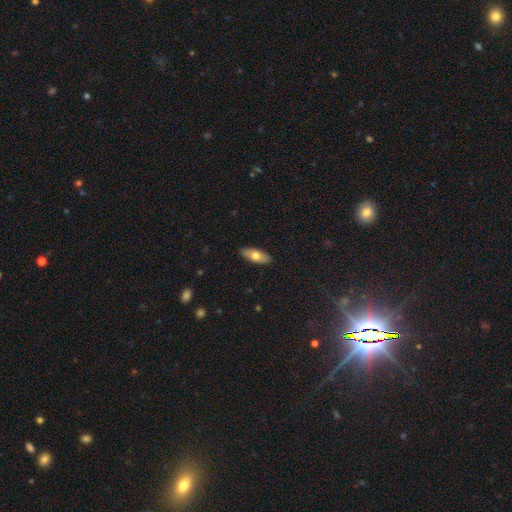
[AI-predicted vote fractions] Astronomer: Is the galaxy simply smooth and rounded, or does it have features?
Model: smooth — 66%.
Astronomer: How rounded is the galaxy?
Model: in between — 78%.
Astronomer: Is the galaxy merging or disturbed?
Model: none — 88%.